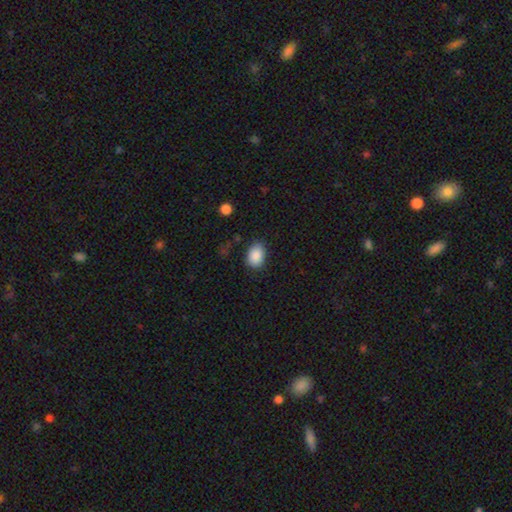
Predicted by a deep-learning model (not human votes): Overall: smooth (88%). How rounded: in between (73%). Merging: none (79%).